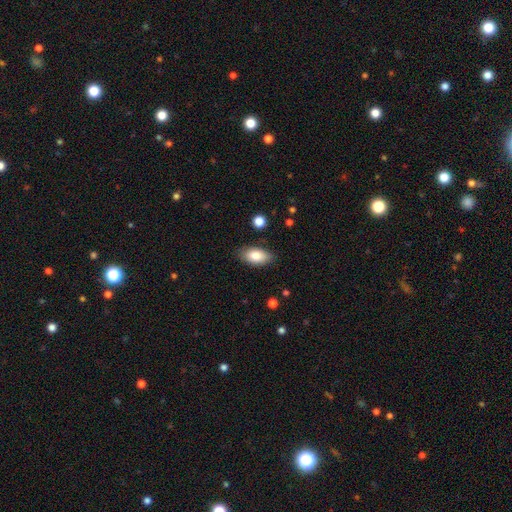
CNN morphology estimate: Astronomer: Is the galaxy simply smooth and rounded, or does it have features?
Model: smooth — 83%.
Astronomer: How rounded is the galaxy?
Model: in between — 92%.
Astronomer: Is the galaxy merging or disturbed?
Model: none — 83%.